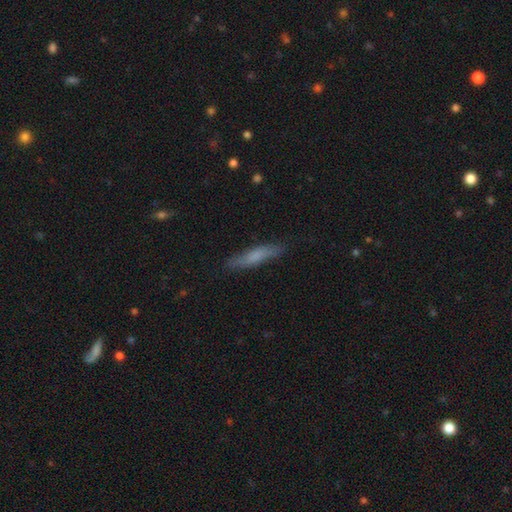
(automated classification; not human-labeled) This appears to be a smooth galaxy with no disk features (66%) that is cigar-shaped (87%). Merging: none (84%).